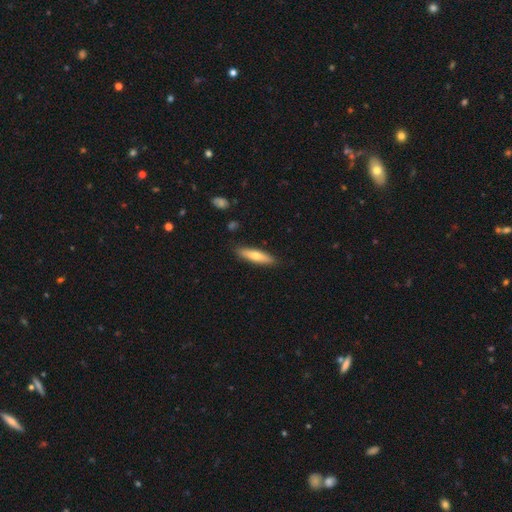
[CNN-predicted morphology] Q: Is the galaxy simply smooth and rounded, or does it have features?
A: smooth — 65%.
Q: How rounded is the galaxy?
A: cigar-shaped — 74%.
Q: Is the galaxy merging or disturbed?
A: none — 87%.